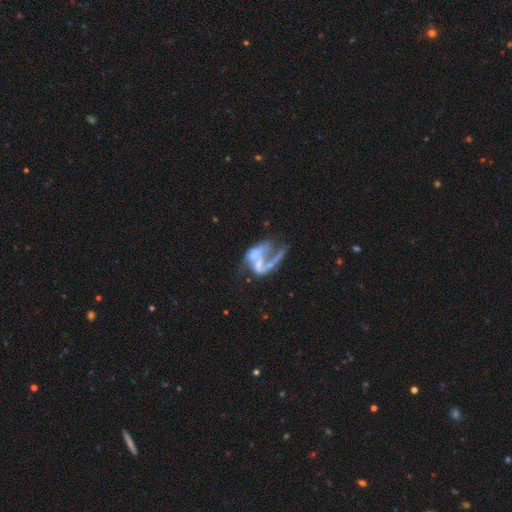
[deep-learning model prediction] This appears to be a featured or disk galaxy (69%) with no bar (73%), no spiral arms (59%) and no central bulge (41%). Merging: merger (42%).